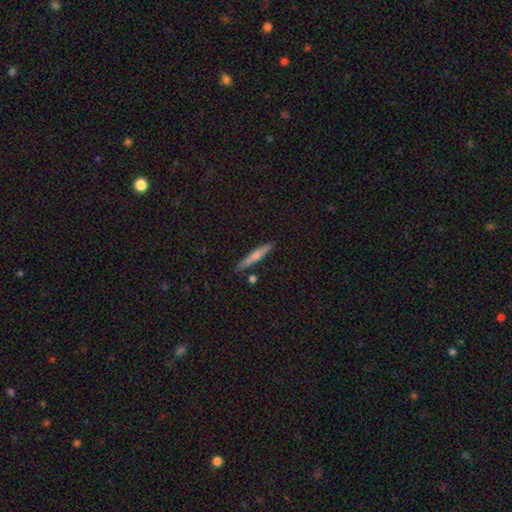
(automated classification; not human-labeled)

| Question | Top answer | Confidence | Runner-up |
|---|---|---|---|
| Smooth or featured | smooth | 52% | featured or disk (41%) |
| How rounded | cigar-shaped | 92% | in between (5%) |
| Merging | none | 85% | minor disturbance (9%) |